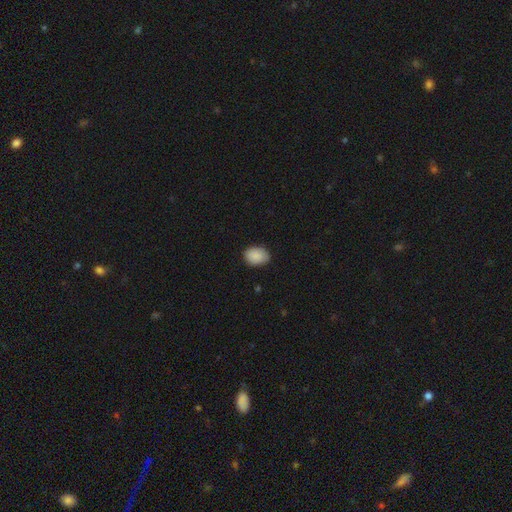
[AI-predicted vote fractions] Smooth or featured? Predicted: smooth (p=0.89). How rounded? Predicted: in between (p=0.76). Merging? Predicted: none (p=0.83).